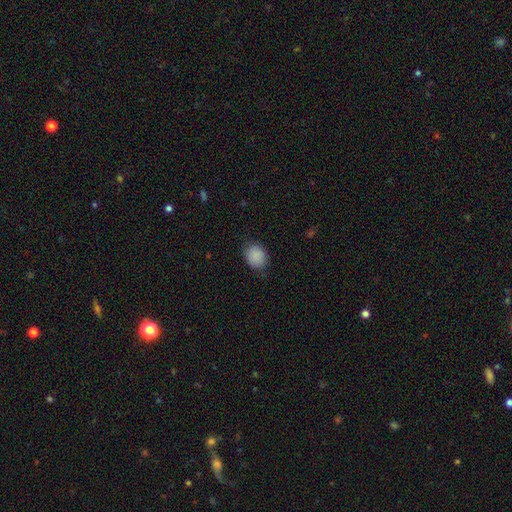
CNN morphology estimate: smooth_or_featured: smooth (p=0.88) [alt: star or artifact p=0.08]
how_rounded: round (p=0.55) [alt: in between p=0.44]
merging: none (p=0.82) [alt: minor disturbance p=0.13]